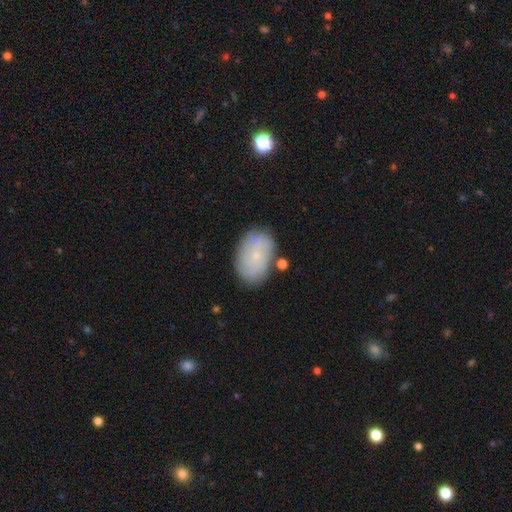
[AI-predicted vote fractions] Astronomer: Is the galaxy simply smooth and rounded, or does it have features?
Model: featured or disk — 46%, tied with smooth at 46%.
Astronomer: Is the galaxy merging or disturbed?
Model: none — 77%.